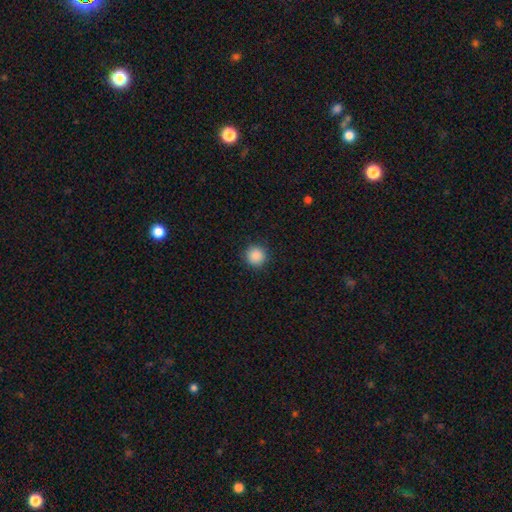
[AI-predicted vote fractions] Smooth or featured? Predicted: smooth (p=0.88). How rounded? Predicted: round (p=0.95). Merging? Predicted: none (p=0.92).